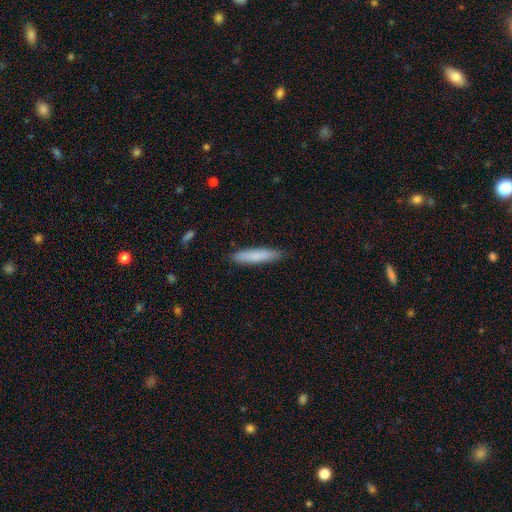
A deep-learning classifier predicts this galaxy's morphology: Smooth or featured: smooth — 82% (featured or disk — 12%)
How rounded: cigar-shaped — 85% (in between — 13%)
Merging: none — 87% (minor disturbance — 11%)